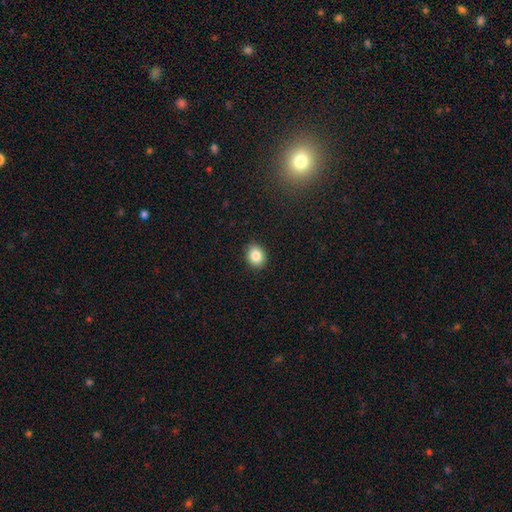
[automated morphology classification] type=smooth (85%); roundness=round (54%); merging=none (90%).